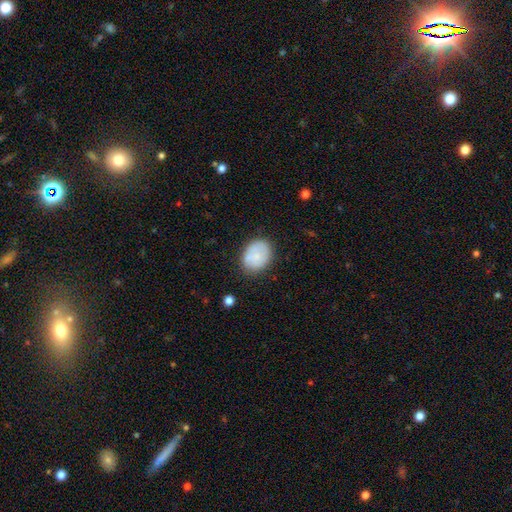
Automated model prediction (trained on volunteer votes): smooth-or-featured: smooth: 75% | featured or disk: 18% | star or artifact: 7%
  how-rounded: in between: 56% | round: 43% | cigar-shaped: 1%
  merging: none: 70% | minor disturbance: 21% | major disturbance: 5% | merger: 4%